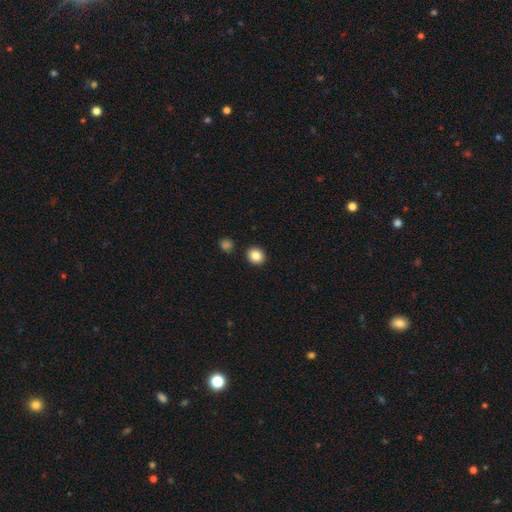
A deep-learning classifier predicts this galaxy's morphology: This is clearly a smooth galaxy (85%). How rounded: likely round (78%). Merging: clearly none (90%).